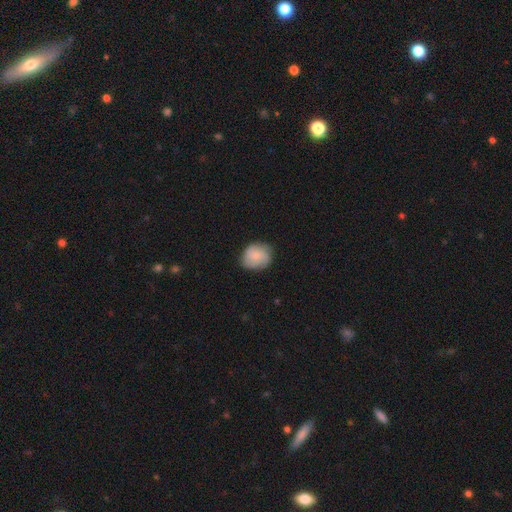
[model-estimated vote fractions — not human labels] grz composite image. It shows a smooth galaxy with no disk features (64%) that is round (70%). Merging: none (76%).